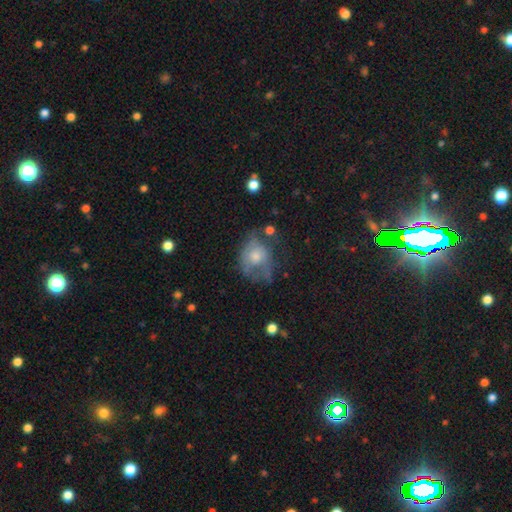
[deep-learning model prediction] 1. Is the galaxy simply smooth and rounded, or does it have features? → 48% smooth, 40% featured or disk, 12% star or artifact.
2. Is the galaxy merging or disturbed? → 38% none, 29% minor disturbance, 28% major disturbance, 4% merger.